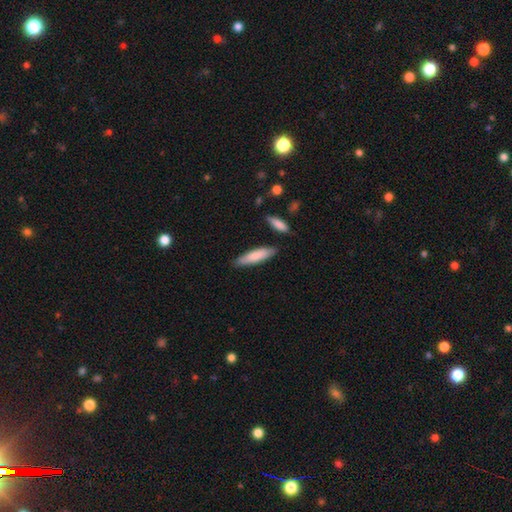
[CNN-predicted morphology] Smooth or featured: smooth — 80% (featured or disk — 15%)
How rounded: cigar-shaped — 74% (in between — 25%)
Merging: none — 83% (minor disturbance — 11%)